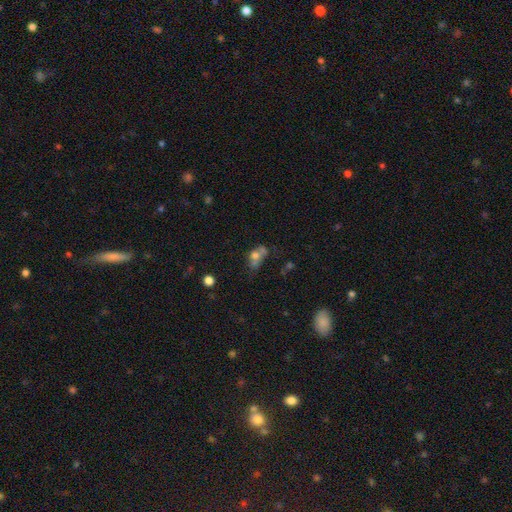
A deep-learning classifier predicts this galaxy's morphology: This appears to be a smooth galaxy with no disk features (61%) that is in between round and cigar-shaped (64%). Merging: merger (34%).